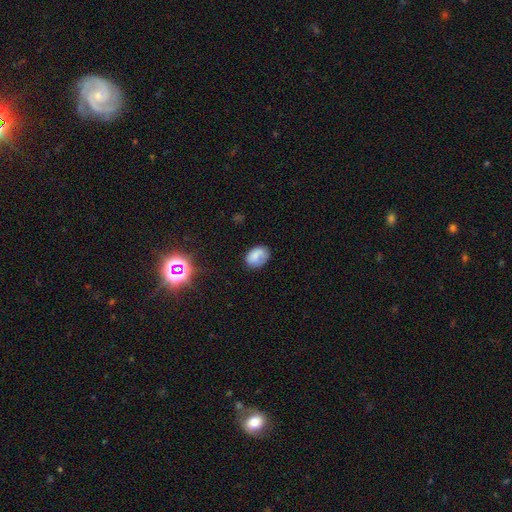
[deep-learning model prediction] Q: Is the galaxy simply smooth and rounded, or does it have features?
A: smooth — 74%.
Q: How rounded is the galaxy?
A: in between — 76%.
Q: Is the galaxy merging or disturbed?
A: none — 65%.